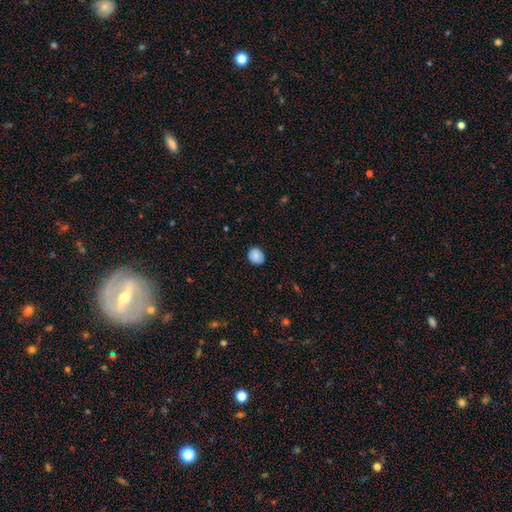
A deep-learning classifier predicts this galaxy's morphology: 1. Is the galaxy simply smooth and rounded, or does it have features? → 88% smooth, 8% star or artifact, 4% featured or disk.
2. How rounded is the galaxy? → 58% round, 41% in between, 1% cigar-shaped.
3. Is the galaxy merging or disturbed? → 86% none, 10% minor disturbance, 2% major disturbance, 1% merger.